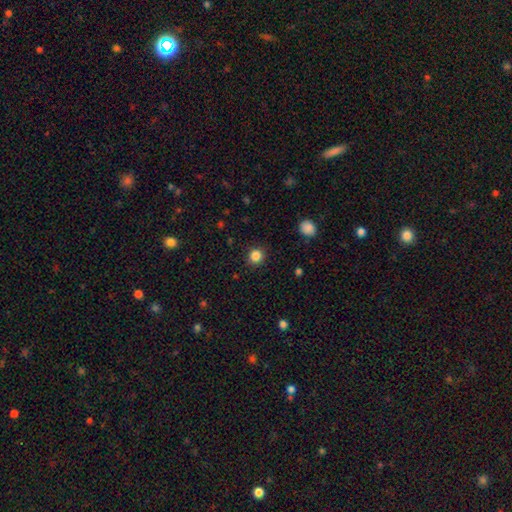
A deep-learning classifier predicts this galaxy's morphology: Smooth or featured? Predicted: smooth (p=0.85). How rounded? Predicted: round (p=0.89). Merging? Predicted: none (p=0.89).